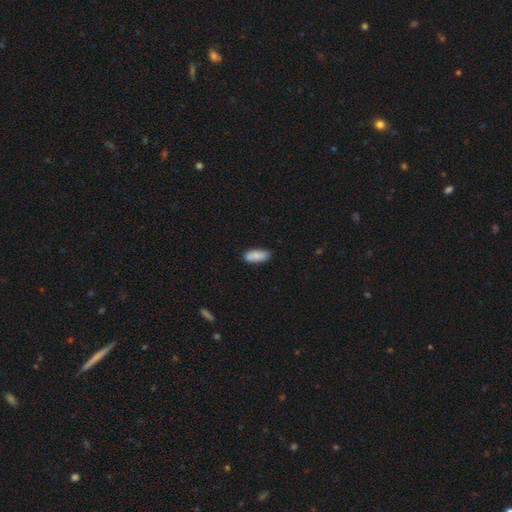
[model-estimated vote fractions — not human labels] Q: Smooth or featured?
A: smooth (83%); runner-up: featured or disk (11%)
Q: How rounded?
A: in between (84%); runner-up: cigar-shaped (14%)
Q: Merging?
A: none (76%); runner-up: minor disturbance (16%)